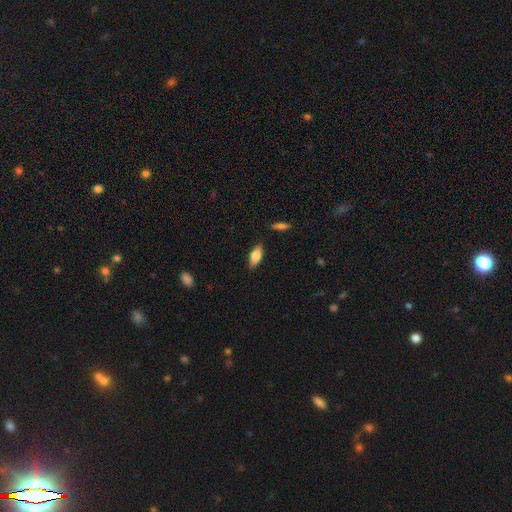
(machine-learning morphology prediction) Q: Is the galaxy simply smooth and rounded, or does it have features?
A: smooth — 77%.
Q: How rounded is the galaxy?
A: in between — 83%.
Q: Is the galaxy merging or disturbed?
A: none — 86%.